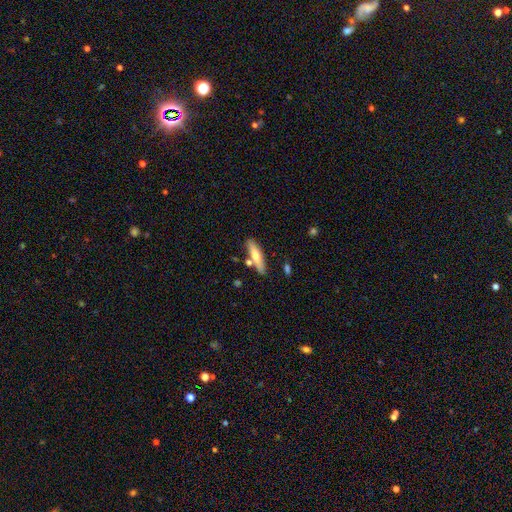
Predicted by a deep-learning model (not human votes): Q: Smooth or featured?
A: smooth (59%); runner-up: featured or disk (36%)
Q: How rounded?
A: cigar-shaped (72%); runner-up: in between (26%)
Q: Merging?
A: none (74%); runner-up: minor disturbance (13%)